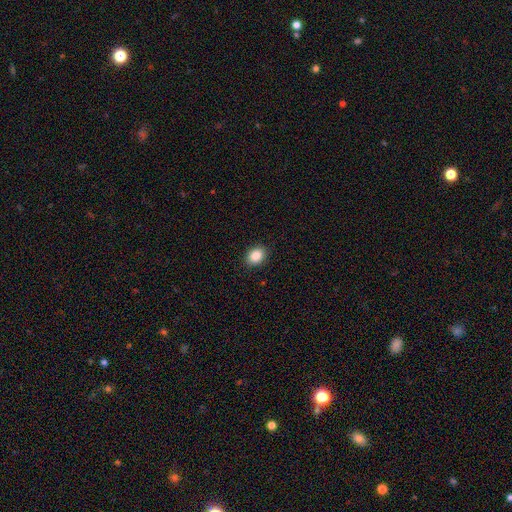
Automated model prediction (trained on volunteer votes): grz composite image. It shows a smooth galaxy with no disk features (88%) that is in between round and cigar-shaped (63%). Merging: none (90%).